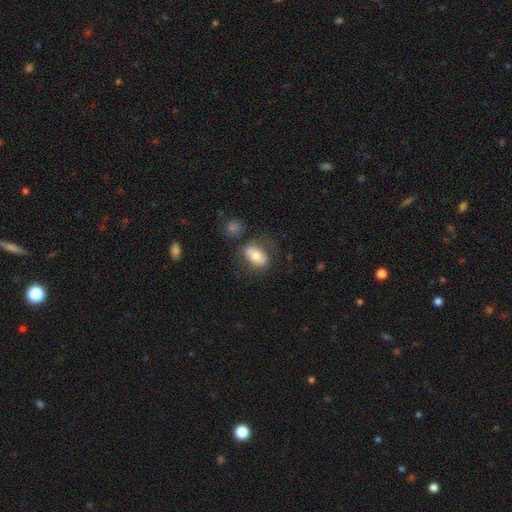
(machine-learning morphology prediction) smooth 68%, featured or disk 25%, star or artifact 8%. Down the decision tree: how rounded — in between (86%); merging — none (57%).